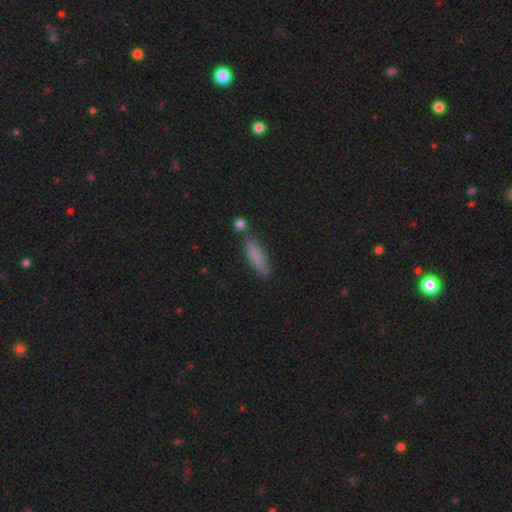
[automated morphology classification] Smooth or featured?
  - smooth: 78% *
  - featured or disk: 14%
  - star or artifact: 8%
How rounded?
  - cigar-shaped: 67% *
  - in between: 31%
  - round: 2%
Merging?
  - none: 73% *
  - minor disturbance: 16%
  - merger: 7%
  - major disturbance: 4%